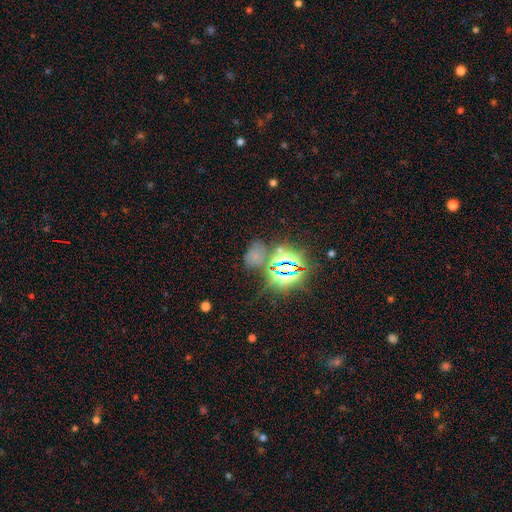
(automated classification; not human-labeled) Smooth or featured?
  - star or artifact: 56% *
  - smooth: 34%
  - featured or disk: 10%